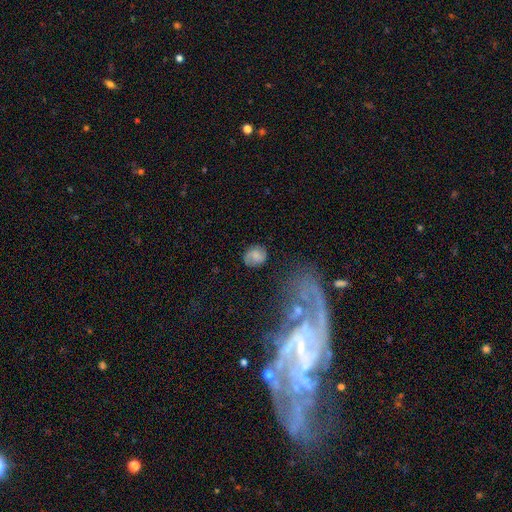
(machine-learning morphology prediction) A smooth galaxy with no disk features (47%). Merging: none (76%).